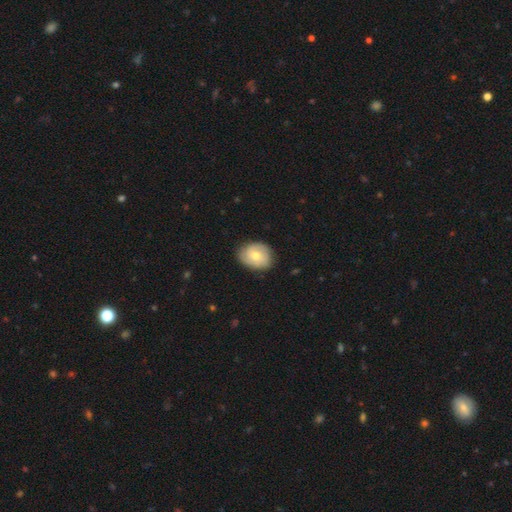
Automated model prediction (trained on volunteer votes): Smooth or featured?
  - smooth: 59% *
  - featured or disk: 34%
  - star or artifact: 7%
How rounded?
  - in between: 57% *
  - round: 42%
  - cigar-shaped: 1%
Merging?
  - none: 78% *
  - minor disturbance: 18%
  - major disturbance: 3%
  - merger: 1%